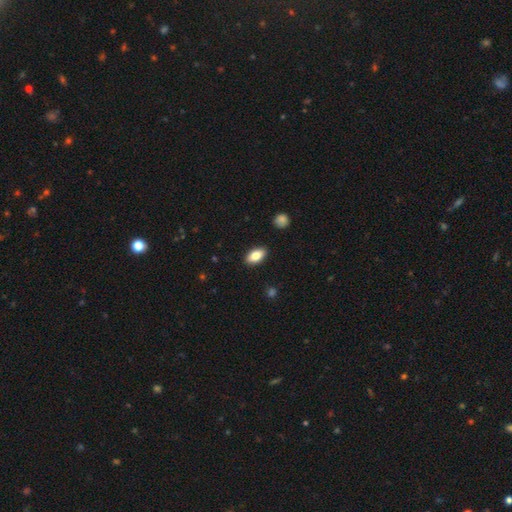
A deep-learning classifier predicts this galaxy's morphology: This appears to be a smooth galaxy with no disk features (82%) that is in between round and cigar-shaped (91%). Merging: none (89%).